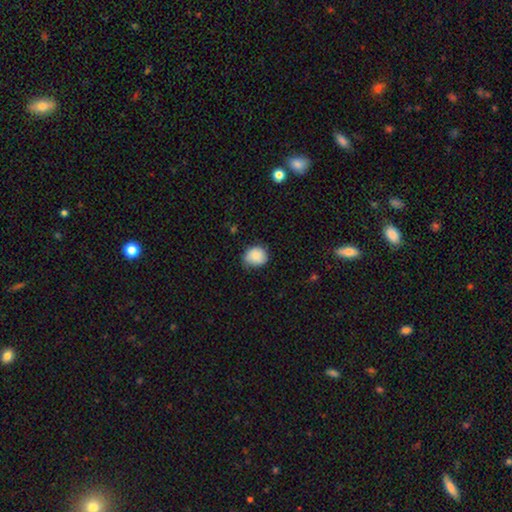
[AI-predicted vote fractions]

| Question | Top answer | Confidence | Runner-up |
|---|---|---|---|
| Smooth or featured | smooth | 84% | star or artifact (8%) |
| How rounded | round | 70% | in between (29%) |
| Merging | none | 70% | minor disturbance (25%) |